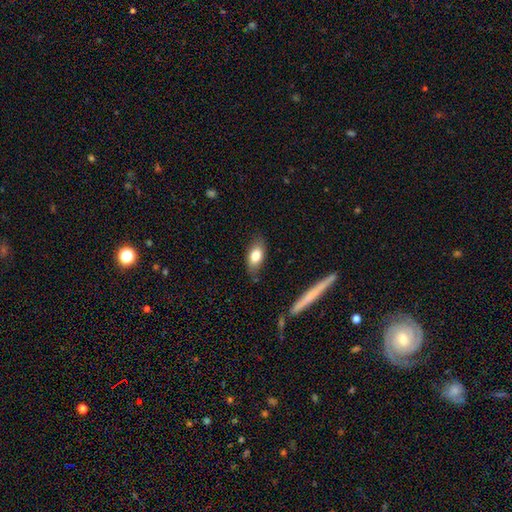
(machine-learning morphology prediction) smooth 77%, featured or disk 16%, star or artifact 7%. Down the decision tree: how rounded — in between (87%); merging — none (77%).